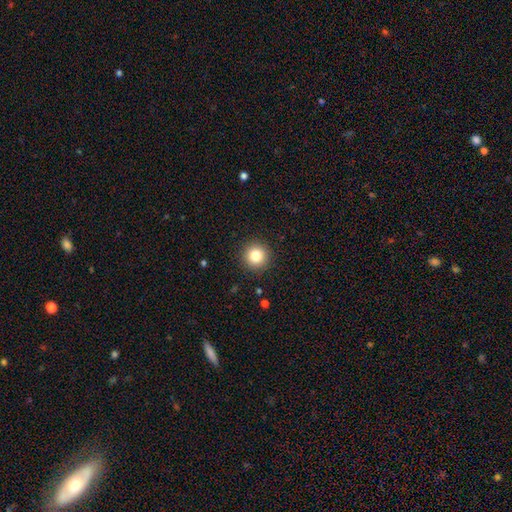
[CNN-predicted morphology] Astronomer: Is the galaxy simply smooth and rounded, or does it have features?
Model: smooth — 82%.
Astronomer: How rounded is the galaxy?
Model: round — 95%.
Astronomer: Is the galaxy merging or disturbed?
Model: none — 91%.